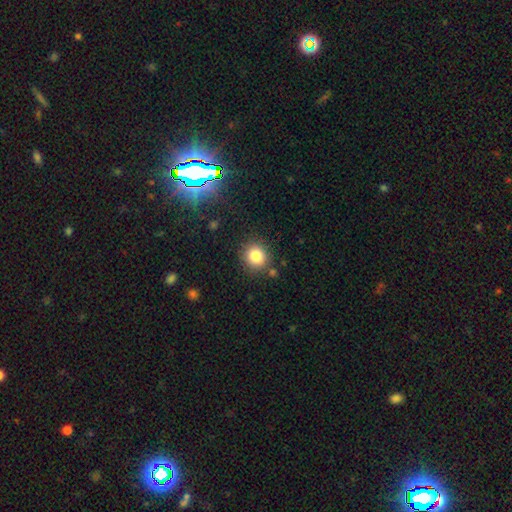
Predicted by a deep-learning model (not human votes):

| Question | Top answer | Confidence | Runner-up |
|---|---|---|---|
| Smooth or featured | smooth | 82% | star or artifact (12%) |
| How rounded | round | 87% | in between (12%) |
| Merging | none | 85% | minor disturbance (9%) |